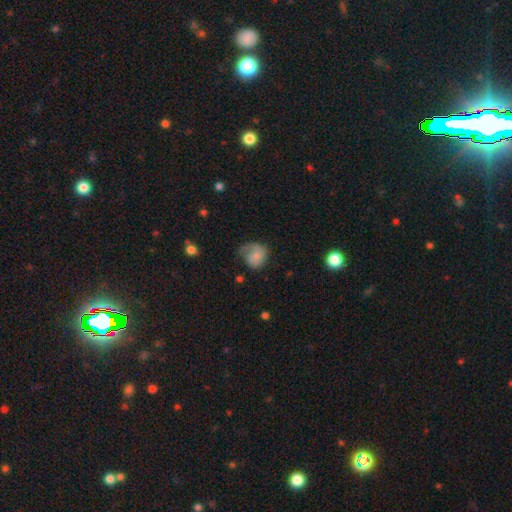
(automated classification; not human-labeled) A smooth galaxy with no disk features (50%) that is round (66%). Merging: none (38%).